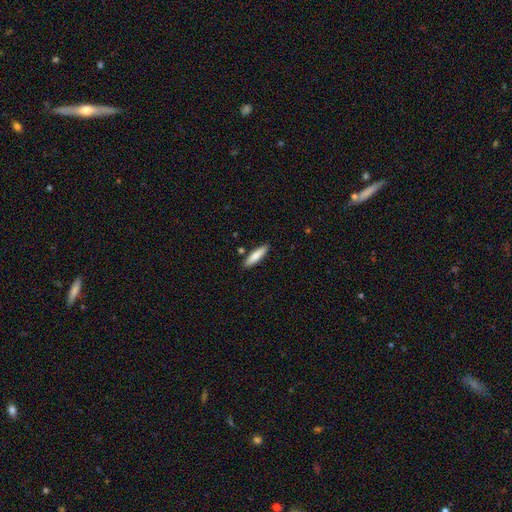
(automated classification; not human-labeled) Smooth or featured?
  - smooth: 80% *
  - featured or disk: 15%
  - star or artifact: 5%
How rounded?
  - cigar-shaped: 76% *
  - in between: 23%
  - round: 1%
Merging?
  - none: 86% *
  - minor disturbance: 9%
  - merger: 3%
  - major disturbance: 2%